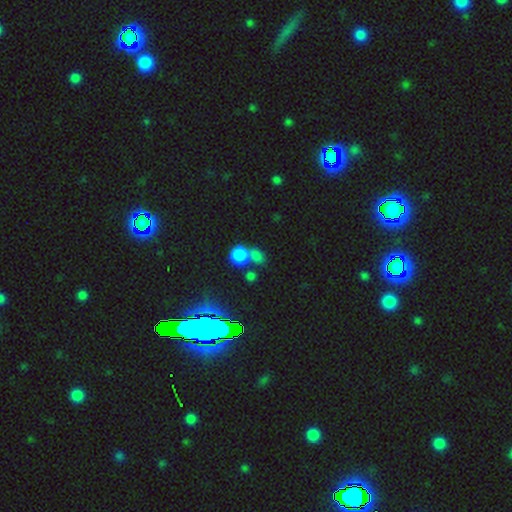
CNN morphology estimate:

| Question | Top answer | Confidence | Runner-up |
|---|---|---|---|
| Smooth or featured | smooth | 70% | star or artifact (22%) |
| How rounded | round | 68% | in between (30%) |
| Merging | merger | 44% | none (42%) |